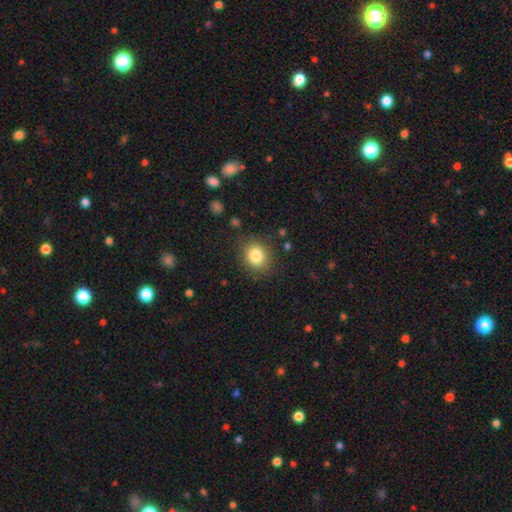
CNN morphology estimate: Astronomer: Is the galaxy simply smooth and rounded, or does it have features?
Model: smooth — 82%.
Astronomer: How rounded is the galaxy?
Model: round — 72%.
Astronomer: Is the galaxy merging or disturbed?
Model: none — 85%.